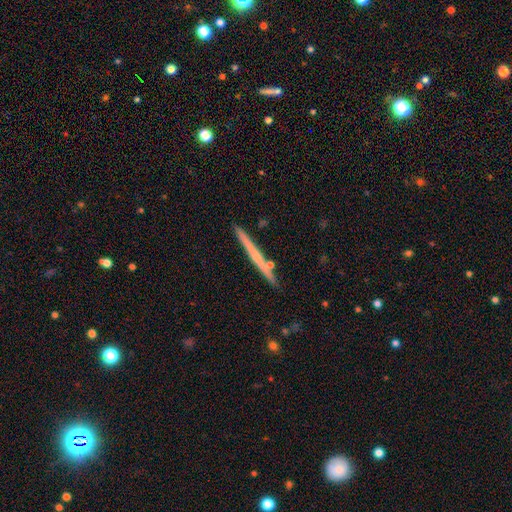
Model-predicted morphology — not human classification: Smooth or featured? Predicted: featured or disk (p=0.56). Edge-on disk? Predicted: yes (p=0.97). Edge-on bulge? Predicted: none (p=0.72). Merging? Predicted: none (p=0.87).